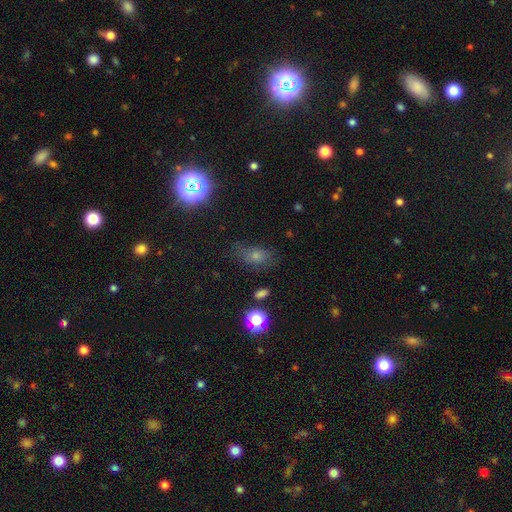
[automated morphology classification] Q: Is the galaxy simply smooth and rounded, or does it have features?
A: smooth — 53%.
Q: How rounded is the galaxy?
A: in between — 72%.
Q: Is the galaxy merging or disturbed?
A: none — 67%.